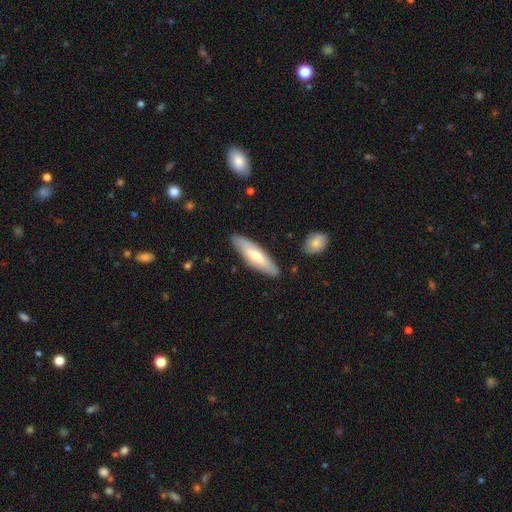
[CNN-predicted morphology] smooth 60%, featured or disk 35%, star or artifact 5%. Down the decision tree: how rounded — cigar-shaped (60%); merging — none (86%).